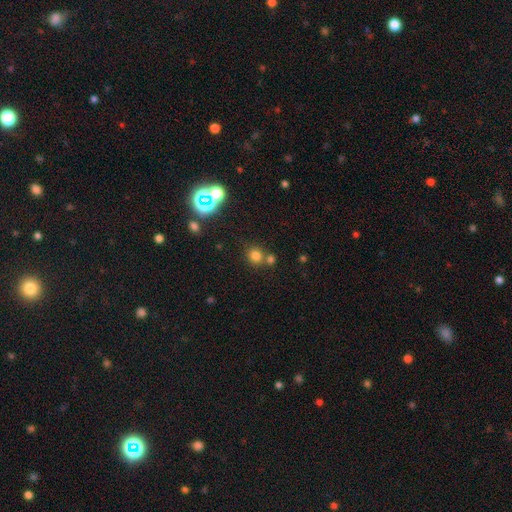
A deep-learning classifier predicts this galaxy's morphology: smooth-or-featured: smooth: 74% | star or artifact: 20% | featured or disk: 7%
  how-rounded: round: 86% | in between: 13% | cigar-shaped: 1%
  merging: none: 64% | merger: 24% | minor disturbance: 8% | major disturbance: 3%